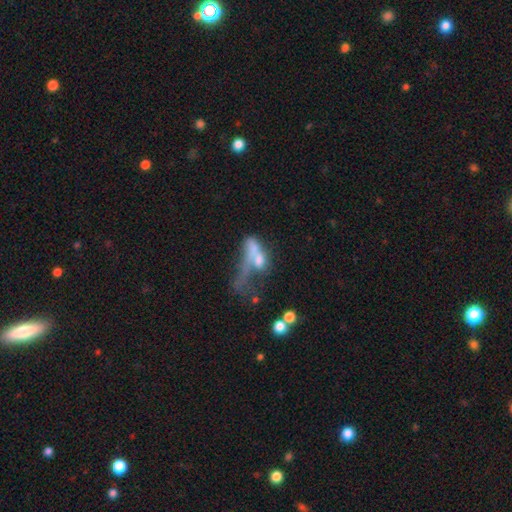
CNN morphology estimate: Smooth or featured: smooth — 49% (featured or disk — 39%)
Merging: merger — 41% (major disturbance — 39%)